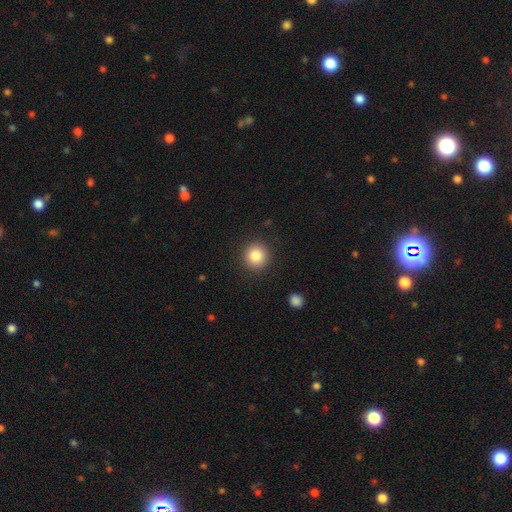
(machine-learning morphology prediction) This appears to be a smooth galaxy with no disk features (84%) that is round (93%). Merging: none (91%).